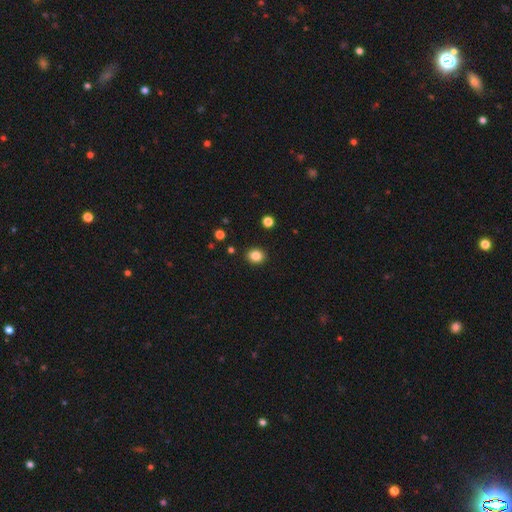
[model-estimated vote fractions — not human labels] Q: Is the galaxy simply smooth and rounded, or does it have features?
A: smooth — 85%.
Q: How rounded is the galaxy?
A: round — 71%.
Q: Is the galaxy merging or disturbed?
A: none — 90%.